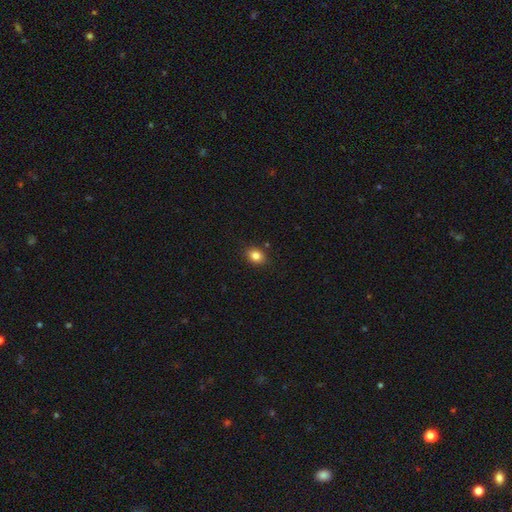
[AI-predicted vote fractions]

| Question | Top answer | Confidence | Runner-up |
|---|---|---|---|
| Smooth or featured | smooth | 84% | star or artifact (10%) |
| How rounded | in between | 53% | round (46%) |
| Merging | none | 87% | minor disturbance (9%) |